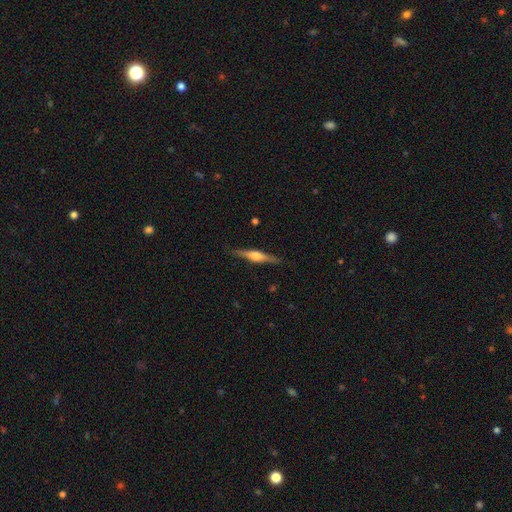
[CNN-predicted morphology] Smooth or featured? Predicted: featured or disk (p=0.72). Edge-on disk? Predicted: yes (p=0.98). Edge-on bulge? Predicted: rounded (p=0.85). Merging? Predicted: none (p=0.88).